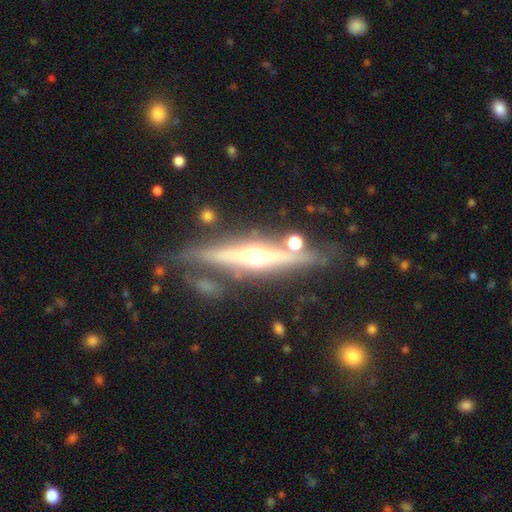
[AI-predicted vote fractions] The model was most divided on "merging": none: 76%, minor disturbance: 14%, merger: 6%, major disturbance: 4%. More confident: edge-on disk — yes (95%); edge-on bulge — rounded (91%); smooth or featured — featured or disk (82%).